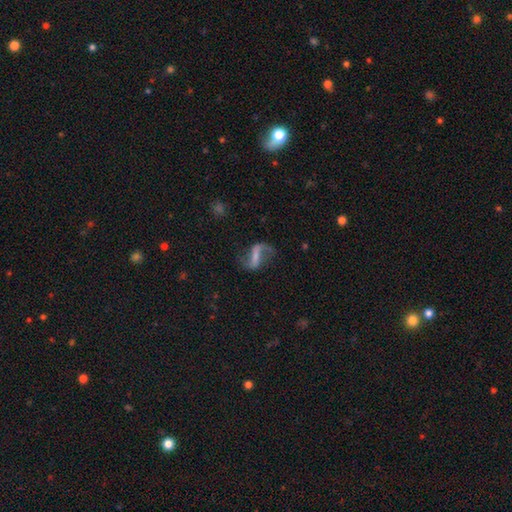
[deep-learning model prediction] This is likely a featured or disk galaxy (79%). It is clearly not viewed edge-on (96%). Bar: possibly strong (57%). Spiral arm pattern: clearly yes (91%). Spiral arm count: clearly 2 (88%). Spiral winding: likely loose (78%). Central bulge: possibly none (47%). Merging: likely none (67%).